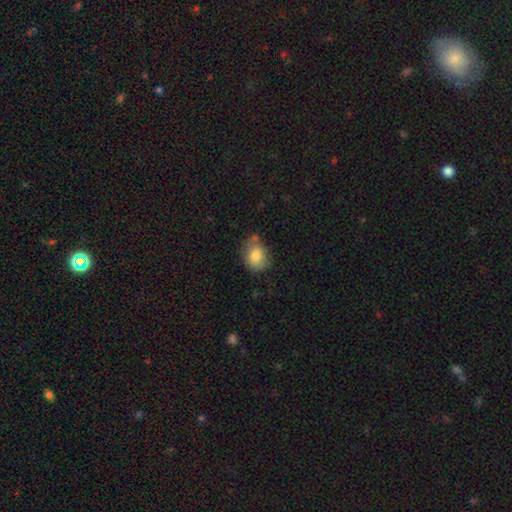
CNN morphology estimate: smooth 82%, featured or disk 10%, star or artifact 8%. Down the decision tree: how rounded — in between (57%); merging — none (55%).